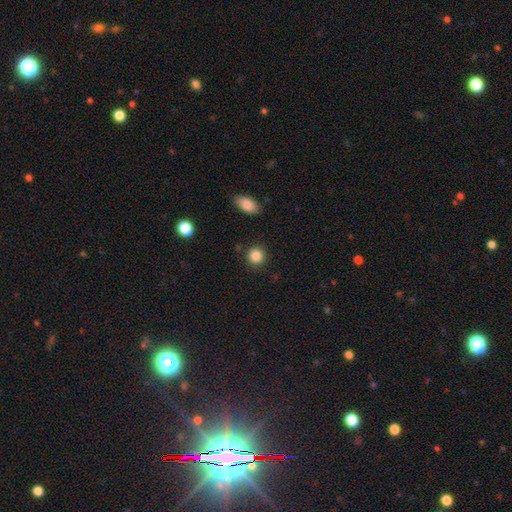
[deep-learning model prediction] Smooth or featured? Predicted: smooth (p=0.86). How rounded? Predicted: round (p=0.89). Merging? Predicted: none (p=0.89).